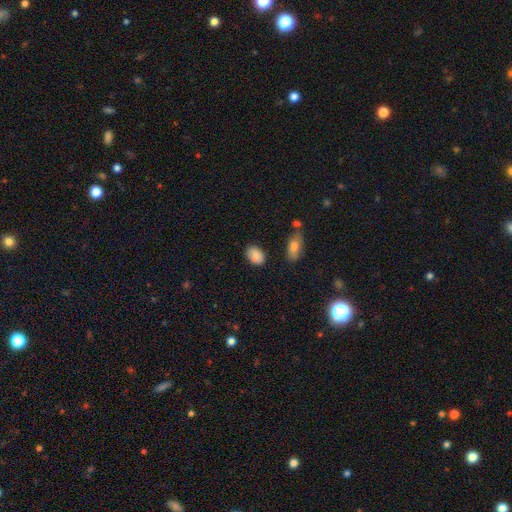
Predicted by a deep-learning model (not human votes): smooth 85%, star or artifact 8%, featured or disk 7%. Down the decision tree: how rounded — in between (83%); merging — none (73%).